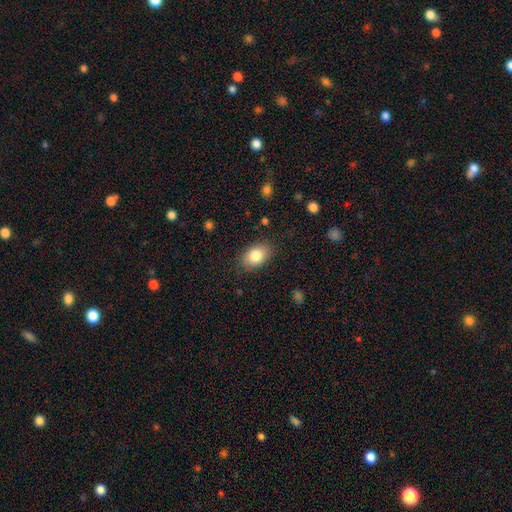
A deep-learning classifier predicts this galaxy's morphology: A smooth galaxy with no disk features (84%) that is in between round and cigar-shaped (84%).

Vote fractions:
- Smooth or featured? smooth: 84% / featured or disk: 9% / star or artifact: 7%
- How rounded? in between: 84% / round: 15% / cigar-shaped: 1%
- Merging? none: 85% / minor disturbance: 11% / major disturbance: 3% / merger: 1%